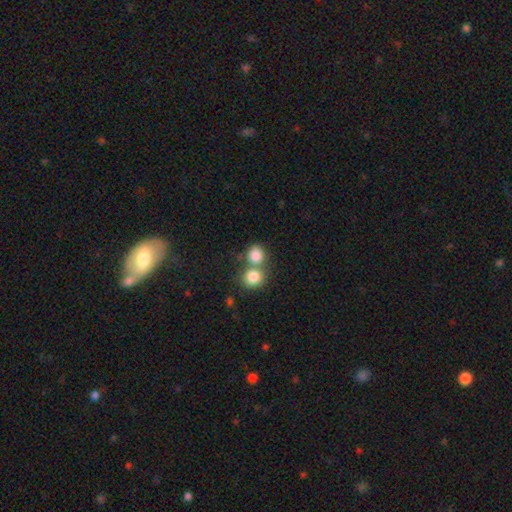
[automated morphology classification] smooth 83%, star or artifact 9%, featured or disk 8%. Down the decision tree: how rounded — round (79%); merging — merger (48%).